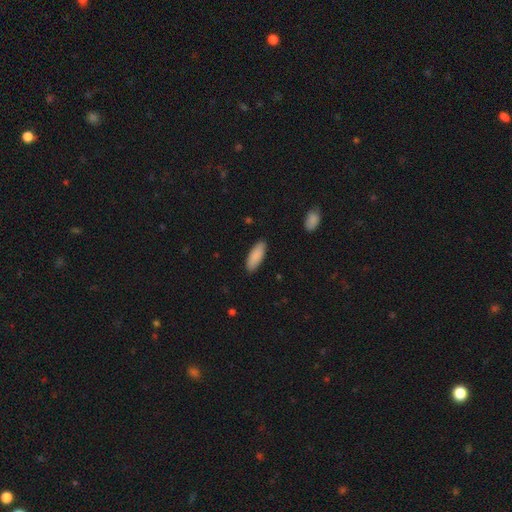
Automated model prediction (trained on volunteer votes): Morphology: type=smooth (89%); roundness=in between (67%); merging=none (89%).